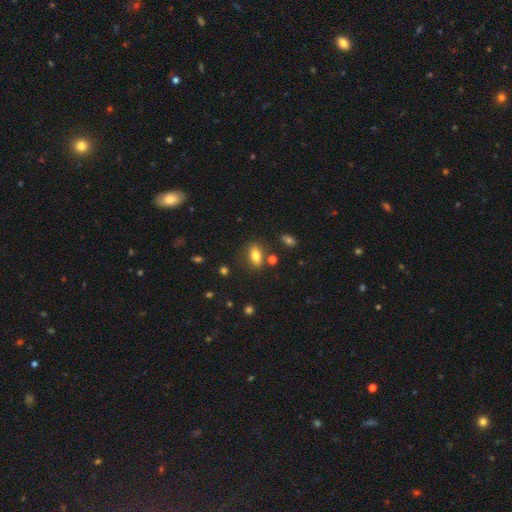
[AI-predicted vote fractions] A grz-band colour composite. It shows a smooth galaxy with no disk features (74%) that is in between round and cigar-shaped (79%). Merging: none (79%).